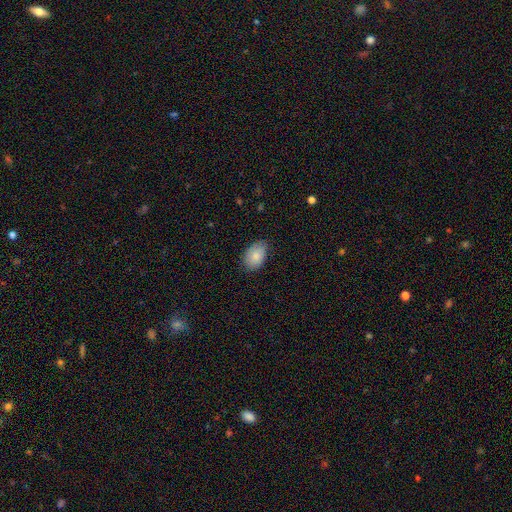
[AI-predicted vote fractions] This is clearly a smooth galaxy (85%). How rounded: clearly in between (88%). Merging: likely none (75%).